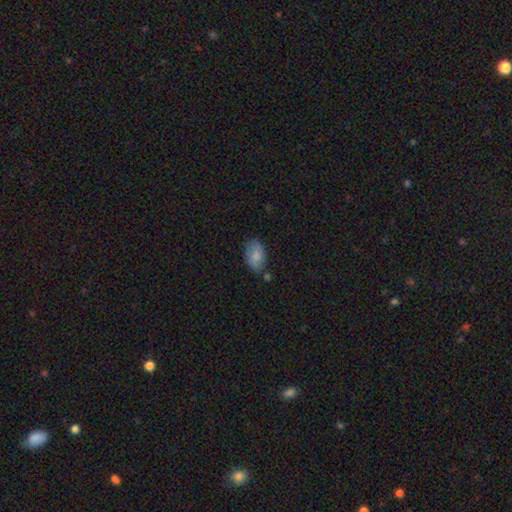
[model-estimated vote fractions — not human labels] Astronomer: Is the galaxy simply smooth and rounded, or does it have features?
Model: smooth — 82%.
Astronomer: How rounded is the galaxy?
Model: in between — 91%.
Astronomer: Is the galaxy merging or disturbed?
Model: none — 65%.